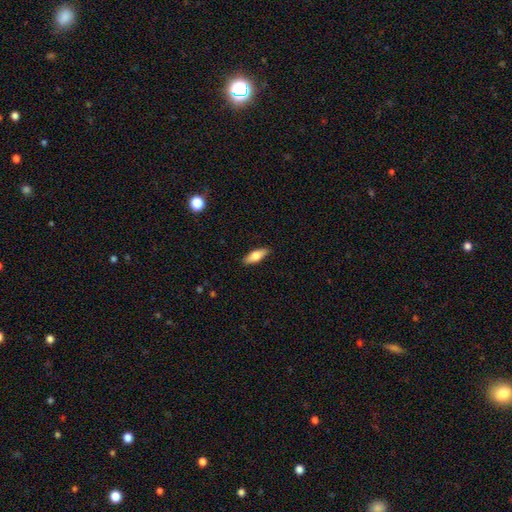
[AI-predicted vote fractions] Q: Smooth or featured?
A: smooth (70%); runner-up: featured or disk (24%)
Q: How rounded?
A: in between (65%); runner-up: cigar-shaped (32%)
Q: Merging?
A: none (89%); runner-up: minor disturbance (9%)